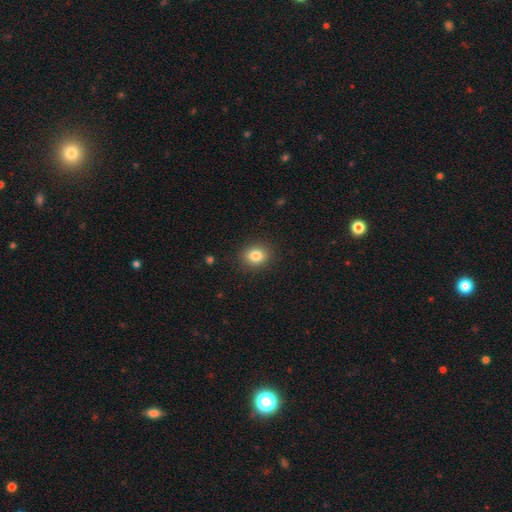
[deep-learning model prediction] A smooth galaxy with no disk features (84%) that is round (63%).

Vote fractions:
- Smooth or featured? smooth: 84% / star or artifact: 10% / featured or disk: 6%
- How rounded? round: 63% / in between: 36% / cigar-shaped: 1%
- Merging? none: 89% / minor disturbance: 7% / major disturbance: 2% / merger: 1%